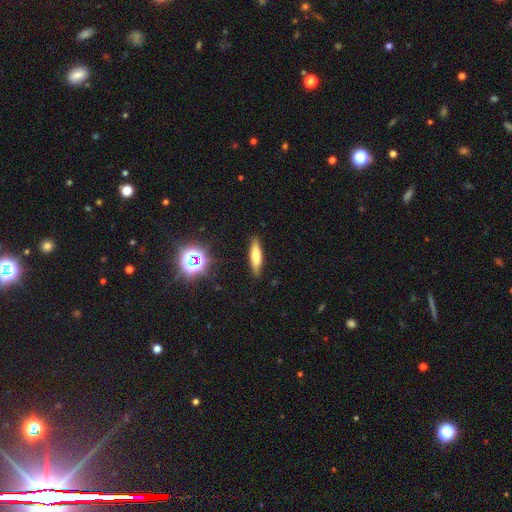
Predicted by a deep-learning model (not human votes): Morphology: type=smooth (65%); roundness=cigar-shaped (68%); merging=none (87%).